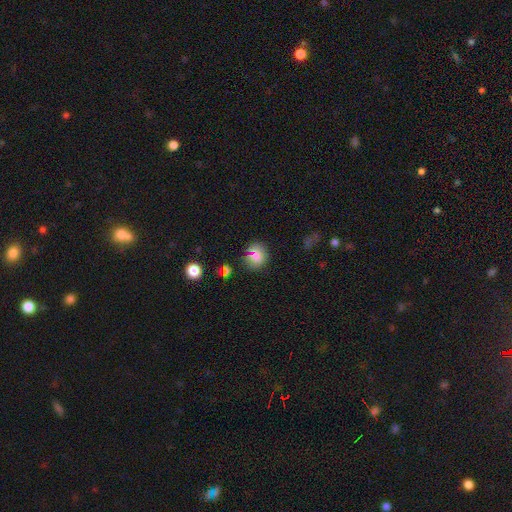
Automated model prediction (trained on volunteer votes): A smooth galaxy with no disk features (74%) that is round (76%). Merging: none (75%).